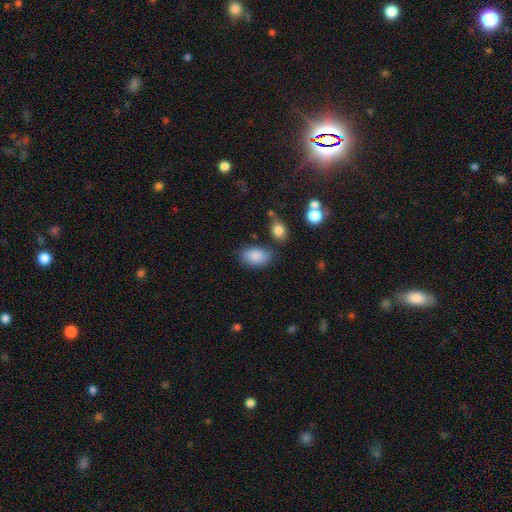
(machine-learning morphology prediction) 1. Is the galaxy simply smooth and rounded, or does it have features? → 87% smooth, 7% star or artifact, 6% featured or disk.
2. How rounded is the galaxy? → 92% in between, 7% round, 1% cigar-shaped.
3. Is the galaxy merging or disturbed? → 73% none, 17% minor disturbance, 6% merger, 5% major disturbance.